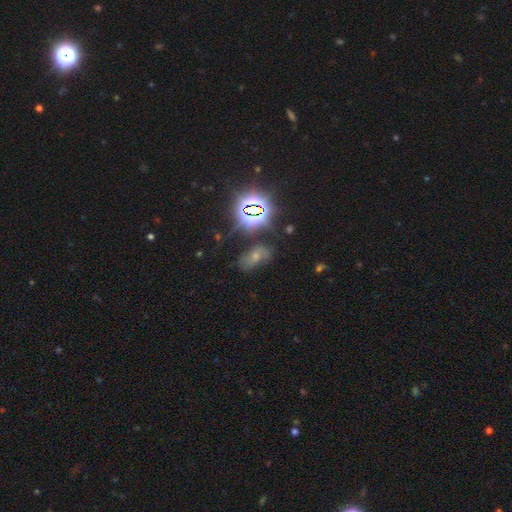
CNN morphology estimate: Smooth or featured: star or artifact — 36% (smooth — 35%)